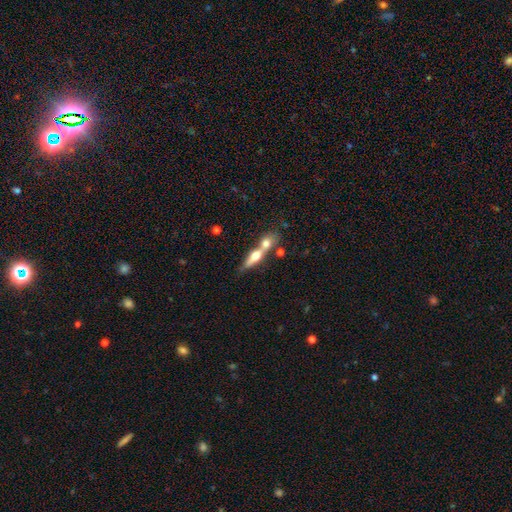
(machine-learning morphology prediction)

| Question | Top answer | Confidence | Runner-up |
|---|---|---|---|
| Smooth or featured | featured or disk | 50% | smooth (43%) |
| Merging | merger | 50% | none (37%) |